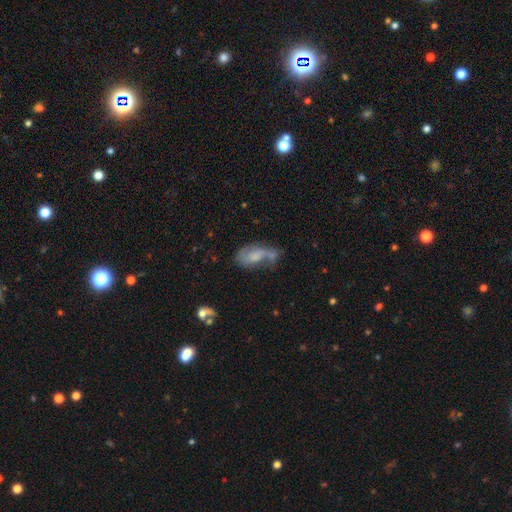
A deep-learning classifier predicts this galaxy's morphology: featured or disk 45%, smooth 44%, star or artifact 10%. Down the decision tree: merging — none (28%).